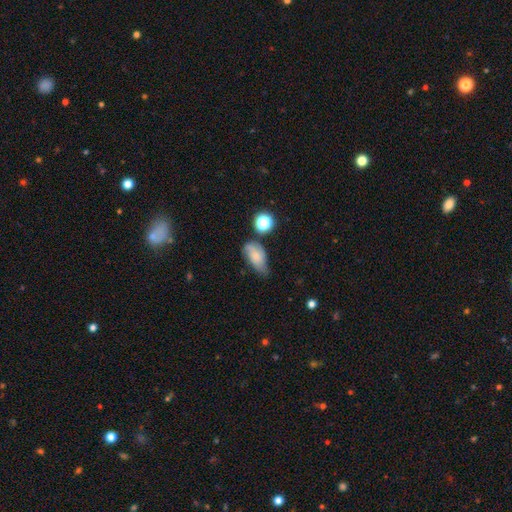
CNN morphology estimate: A smooth galaxy with no disk features (57%) that is in between round and cigar-shaped (85%). Merging: none (44%).